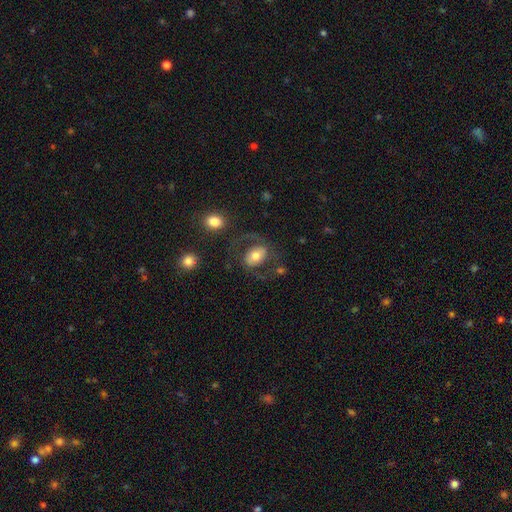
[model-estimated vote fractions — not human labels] A featured or disk galaxy (48%). Merging: none (64%).